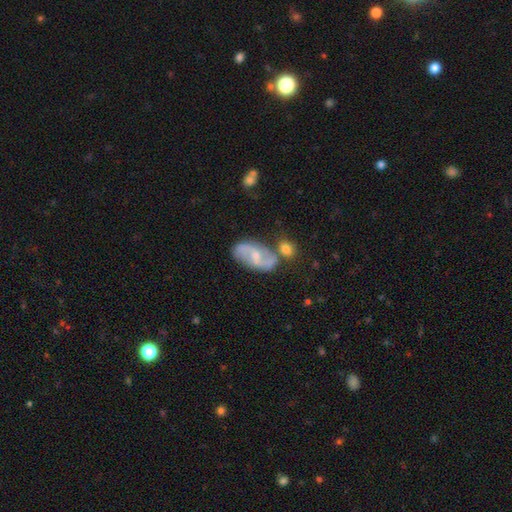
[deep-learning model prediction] This appears to be a featured or disk galaxy (76%) with a weak bar (45%), 2 (88%) medium (45%) spiral arms (90%) and a small central bulge (54%). Merging: none (55%).